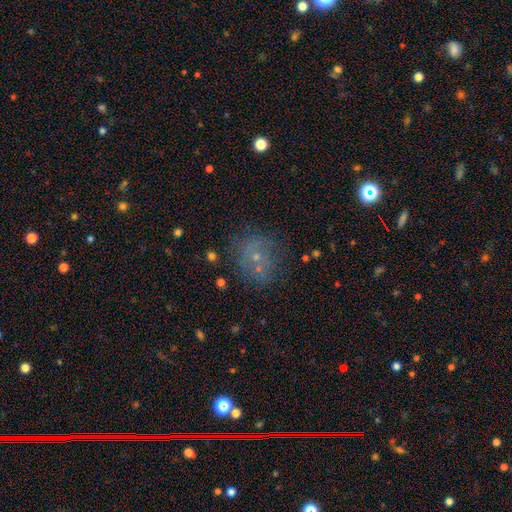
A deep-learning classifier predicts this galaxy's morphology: A smooth galaxy with no disk features (47%).

Vote fractions:
- Smooth or featured? smooth: 47% / star or artifact: 28% / featured or disk: 25%
- Merging? none: 67% / minor disturbance: 17% / major disturbance: 9% / merger: 7%